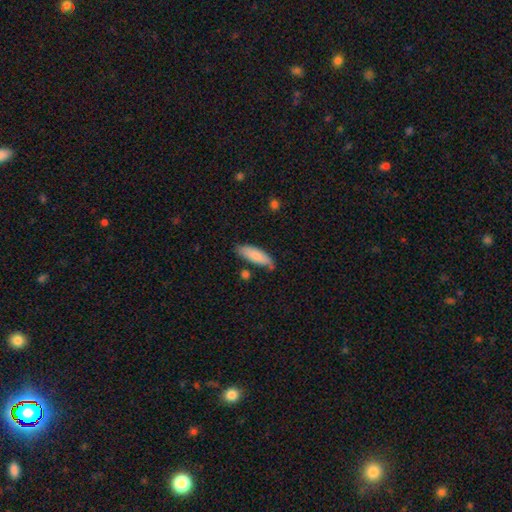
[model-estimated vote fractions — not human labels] A smooth galaxy with no disk features (83%) that is in between round and cigar-shaped (55%).

Vote fractions:
- Smooth or featured? smooth: 83% / featured or disk: 11% / star or artifact: 6%
- How rounded? in between: 55% / cigar-shaped: 44% / round: 2%
- Merging? none: 70% / minor disturbance: 21% / merger: 5% / major disturbance: 4%